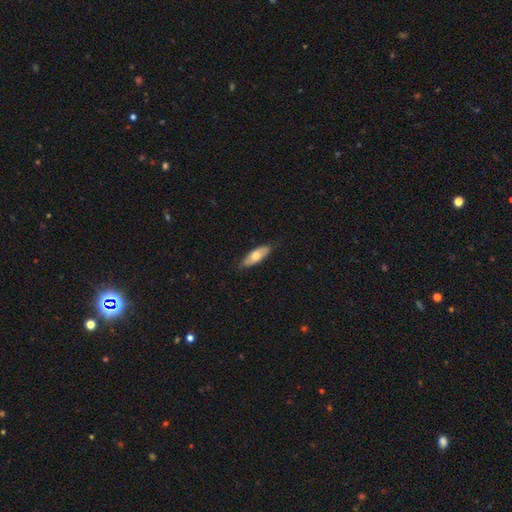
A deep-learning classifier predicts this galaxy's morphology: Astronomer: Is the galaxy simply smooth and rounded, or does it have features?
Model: smooth — 68%.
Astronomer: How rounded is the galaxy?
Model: in between — 63%.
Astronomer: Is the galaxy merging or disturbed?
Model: none — 83%.